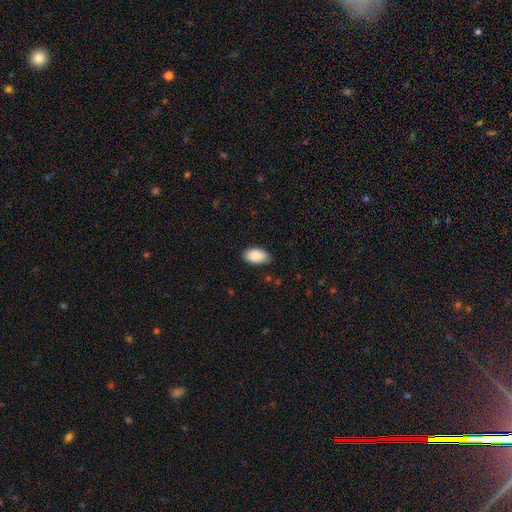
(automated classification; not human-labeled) A smooth galaxy with no disk features (90%) that is in between round and cigar-shaped (95%).

Vote fractions:
- Smooth or featured? smooth: 90% / star or artifact: 6% / featured or disk: 4%
- How rounded? in between: 95% / round: 4% / cigar-shaped: 2%
- Merging? none: 82% / minor disturbance: 15% / major disturbance: 2% / merger: 1%